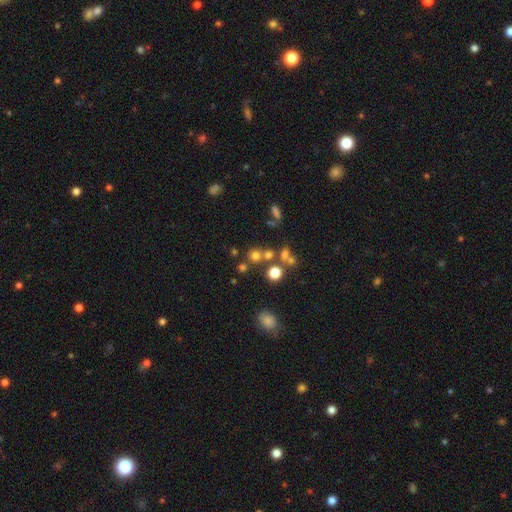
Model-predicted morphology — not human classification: Smooth or featured? Predicted: smooth (p=0.66). How rounded? Predicted: round (p=0.87). Merging? Predicted: none (p=0.63).